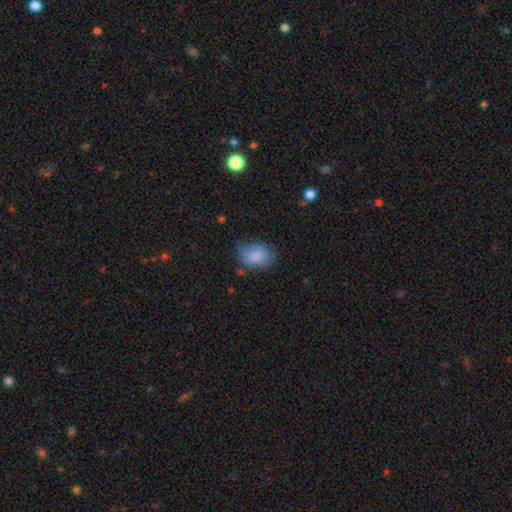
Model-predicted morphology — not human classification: Smooth or featured? smooth (82%)
How rounded? in between (70%)
Merging? none (49%)